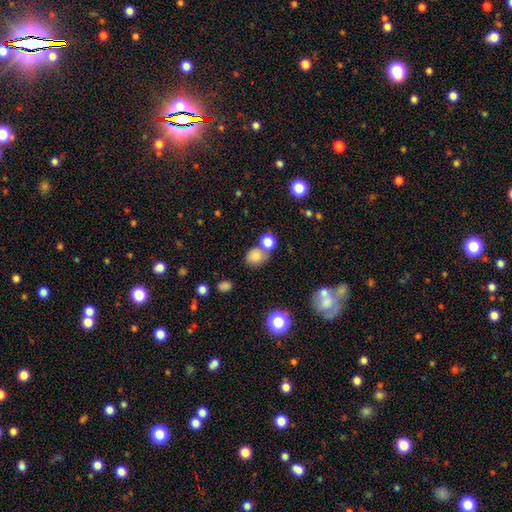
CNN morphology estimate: type=smooth (80%); roundness=round (67%); merging=none (55%).